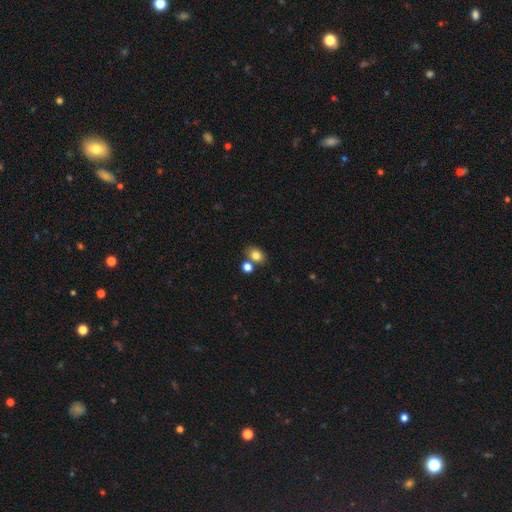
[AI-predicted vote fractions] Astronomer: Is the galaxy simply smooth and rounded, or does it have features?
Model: smooth — 81%.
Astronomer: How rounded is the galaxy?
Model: in between — 66%.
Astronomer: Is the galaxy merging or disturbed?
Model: none — 63%.